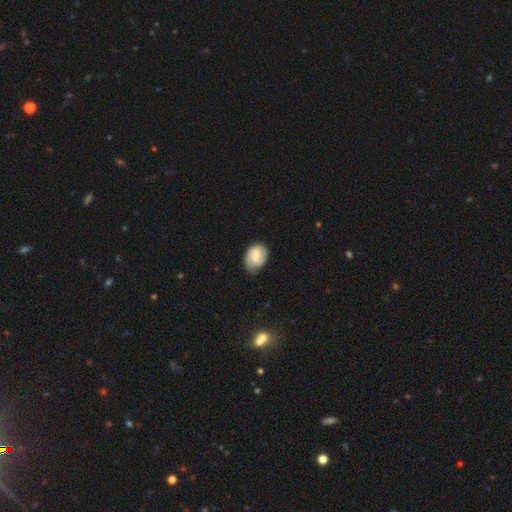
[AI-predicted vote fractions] Morphology: type=smooth (48%); merging=none (66%).